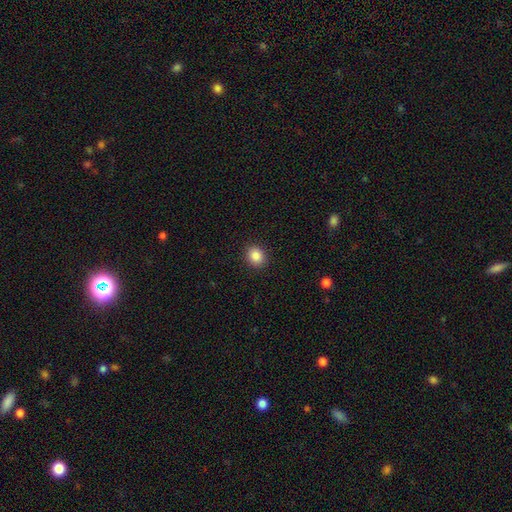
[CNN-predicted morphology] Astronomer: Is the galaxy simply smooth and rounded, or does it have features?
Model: smooth — 86%.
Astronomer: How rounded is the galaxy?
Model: round — 70%.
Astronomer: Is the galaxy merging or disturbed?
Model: none — 91%.